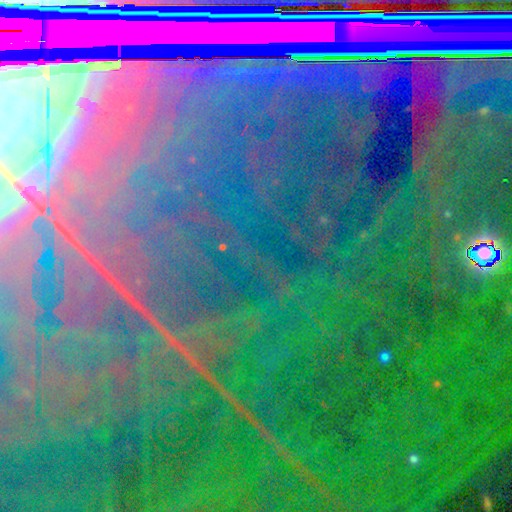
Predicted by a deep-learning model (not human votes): smooth_or_featured: star or artifact (p=0.88) [alt: featured or disk p=0.07]